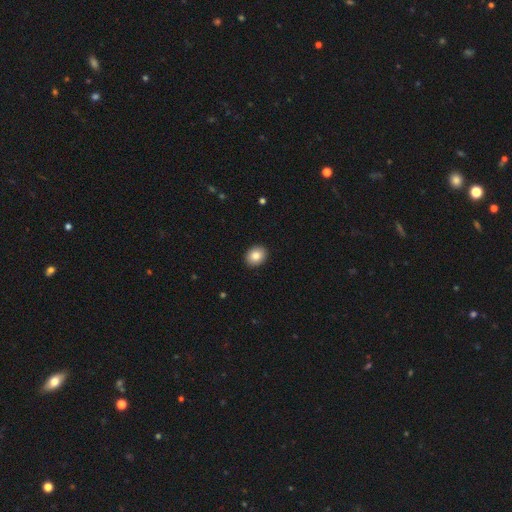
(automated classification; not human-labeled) The model was most divided on "how rounded": in between: 55%, round: 44%, cigar-shaped: 1%. More confident: merging — none (92%); smooth or featured — smooth (85%).